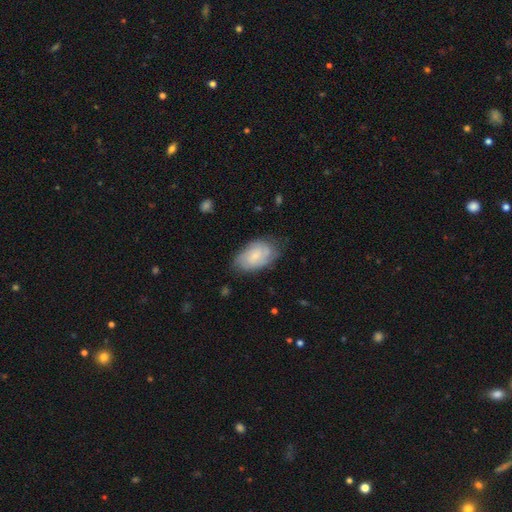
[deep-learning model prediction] smooth-or-featured: featured or disk: 49% | smooth: 43% | star or artifact: 7%
  merging: none: 67% | minor disturbance: 25% | major disturbance: 7% | merger: 1%